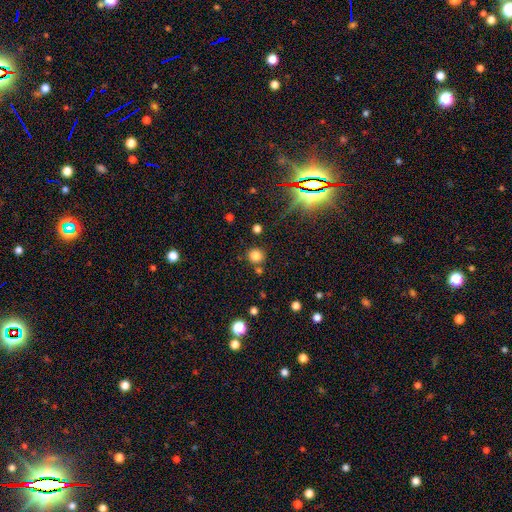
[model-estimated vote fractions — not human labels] Overall: smooth (79%). How rounded: round (91%). Merging: none (80%).